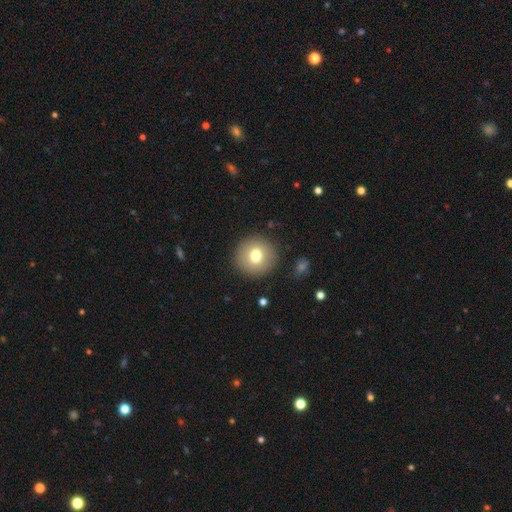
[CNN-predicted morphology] Overall: smooth (73%). How rounded: round (94%). Merging: none (89%).